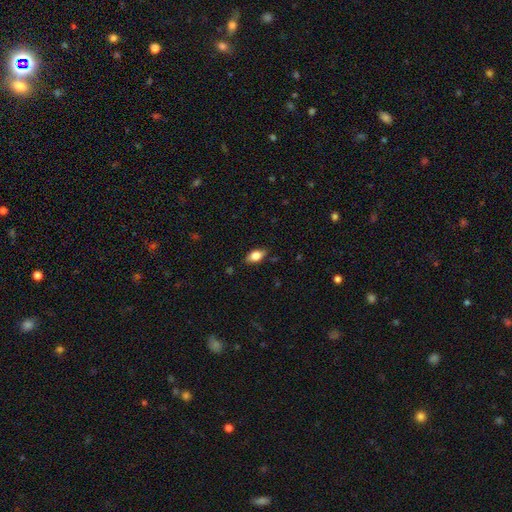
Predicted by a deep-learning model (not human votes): smooth-or-featured: smooth: 74% | featured or disk: 18% | star or artifact: 8%
  how-rounded: in between: 86% | round: 7% | cigar-shaped: 7%
  merging: none: 81% | minor disturbance: 15% | major disturbance: 3% | merger: 1%